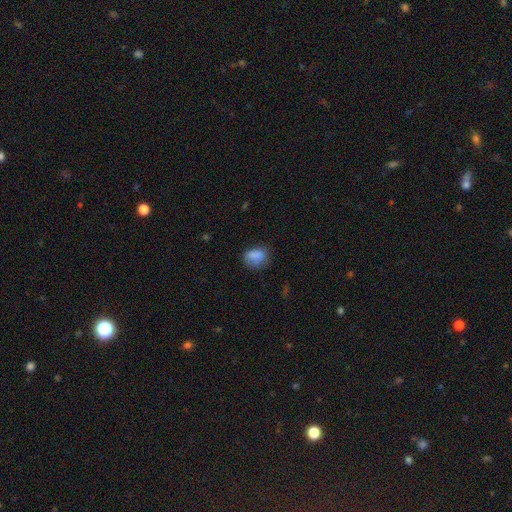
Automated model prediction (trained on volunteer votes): smooth 82%, star or artifact 10%, featured or disk 9%. Down the decision tree: how rounded — in between (61%); merging — none (61%).